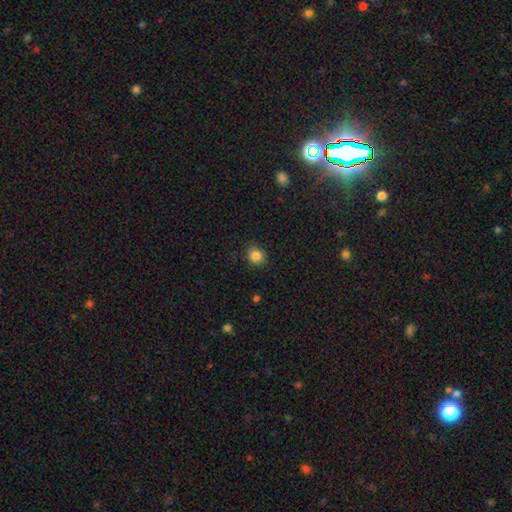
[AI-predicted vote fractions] smooth_or_featured: smooth (p=0.86) [alt: star or artifact p=0.11]
how_rounded: round (p=0.77) [alt: in between p=0.22]
merging: none (p=0.86) [alt: minor disturbance p=0.10]